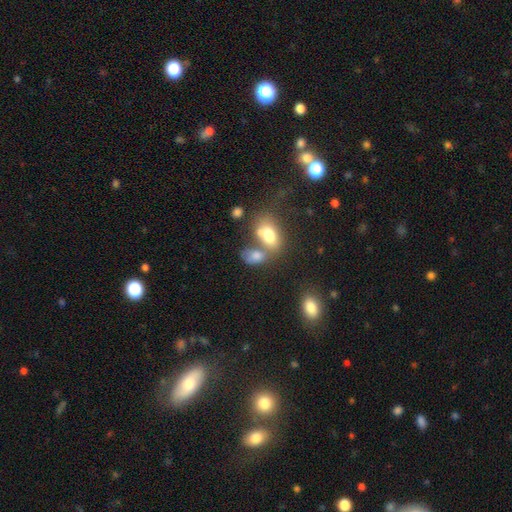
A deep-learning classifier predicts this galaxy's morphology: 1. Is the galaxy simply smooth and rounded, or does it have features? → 70% smooth, 18% featured or disk, 12% star or artifact.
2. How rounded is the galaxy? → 83% in between, 14% round, 2% cigar-shaped.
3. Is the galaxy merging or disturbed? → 49% merger, 29% none, 13% minor disturbance, 9% major disturbance.